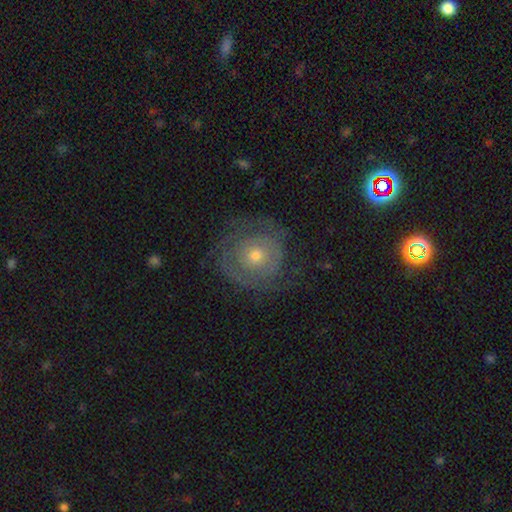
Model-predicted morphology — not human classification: featured or disk 59%, smooth 32%, star or artifact 8%. Down the decision tree: edge-on disk — no (97%); bar — no (86%); spiral arms — yes (67%); bulge size — small (51%); merging — none (65%).